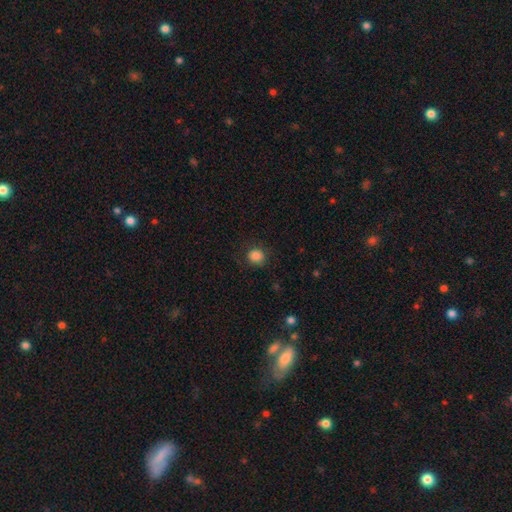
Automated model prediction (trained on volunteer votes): Smooth or featured?
  - smooth: 86% *
  - star or artifact: 11%
  - featured or disk: 3%
How rounded?
  - round: 86% *
  - in between: 13%
  - cigar-shaped: 1%
Merging?
  - none: 85% *
  - minor disturbance: 10%
  - major disturbance: 3%
  - merger: 1%